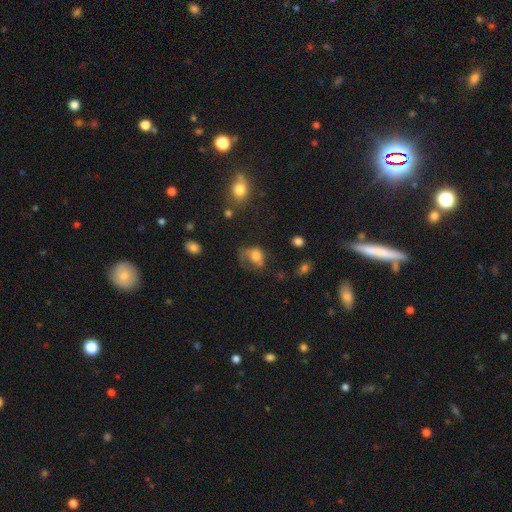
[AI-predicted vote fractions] smooth_or_featured: smooth (p=0.68) [alt: featured or disk p=0.20]
how_rounded: in between (p=0.56) [alt: round p=0.43]
merging: major disturbance (p=0.38) [alt: none p=0.30]